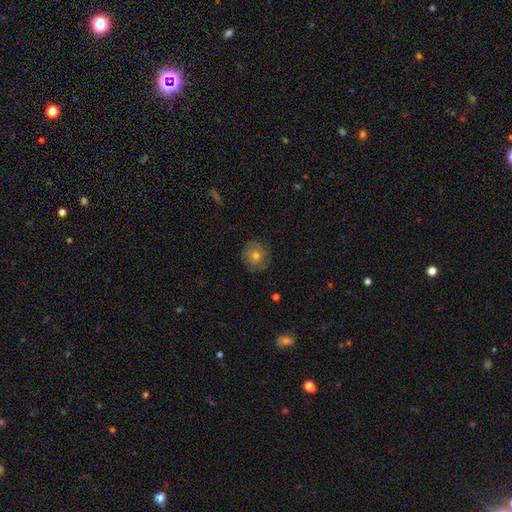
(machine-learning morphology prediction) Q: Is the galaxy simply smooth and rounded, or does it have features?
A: smooth — 59%.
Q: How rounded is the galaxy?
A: round — 88%.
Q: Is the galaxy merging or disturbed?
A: none — 82%.